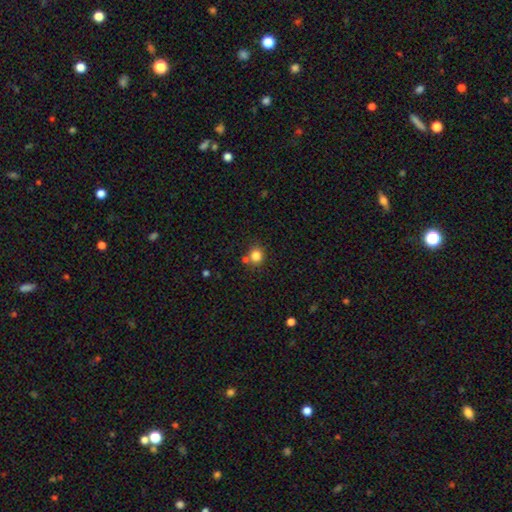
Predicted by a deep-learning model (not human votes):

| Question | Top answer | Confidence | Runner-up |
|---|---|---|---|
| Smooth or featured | smooth | 82% | star or artifact (12%) |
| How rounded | round | 85% | in between (14%) |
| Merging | none | 71% | merger (16%) |